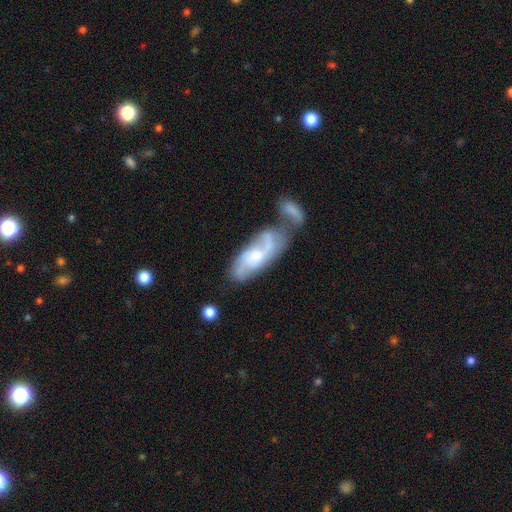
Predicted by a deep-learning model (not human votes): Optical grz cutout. It shows a featured or disk galaxy (71%) with no bar (63%), 2 (59%) medium (43%) spiral arms (87%) and a moderate central bulge (48%). Merging: merger (46%).